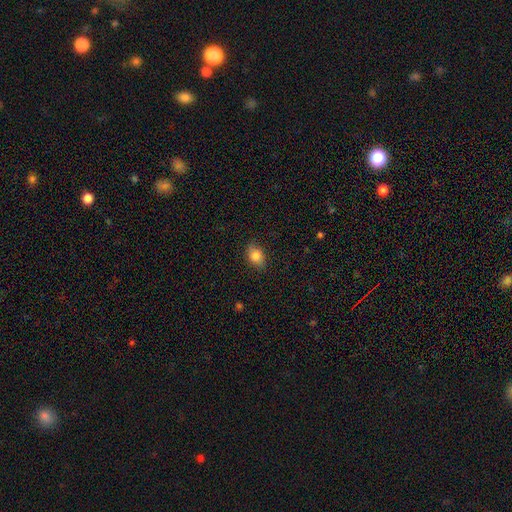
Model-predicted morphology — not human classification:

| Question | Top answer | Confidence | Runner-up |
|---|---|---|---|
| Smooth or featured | smooth | 82% | star or artifact (9%) |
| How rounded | in between | 69% | round (29%) |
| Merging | none | 80% | minor disturbance (15%) |